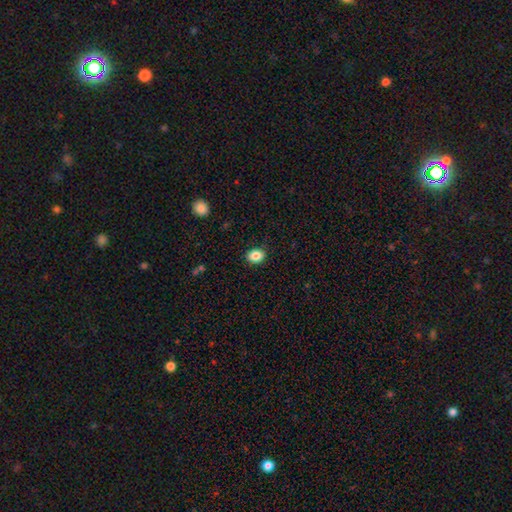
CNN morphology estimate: type=smooth (85%); roundness=in between (59%); merging=none (89%).